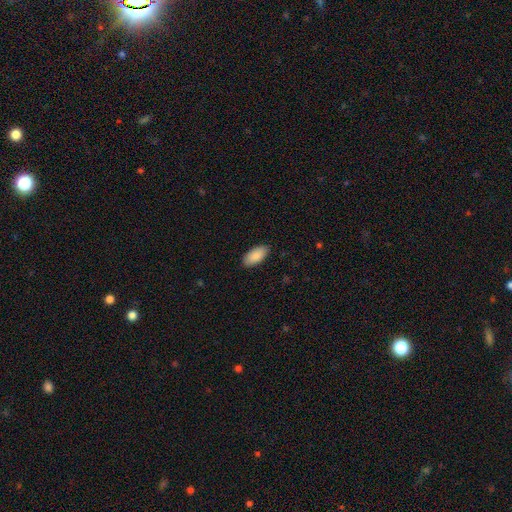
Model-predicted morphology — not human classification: Overall: smooth (89%). How rounded: in between (94%). Merging: none (89%).